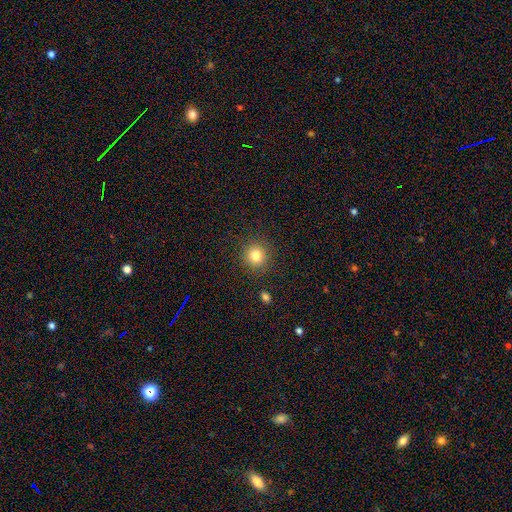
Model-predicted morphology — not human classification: Q: Smooth or featured?
A: smooth (81%); runner-up: star or artifact (12%)
Q: How rounded?
A: round (93%); runner-up: in between (6%)
Q: Merging?
A: none (89%); runner-up: minor disturbance (7%)